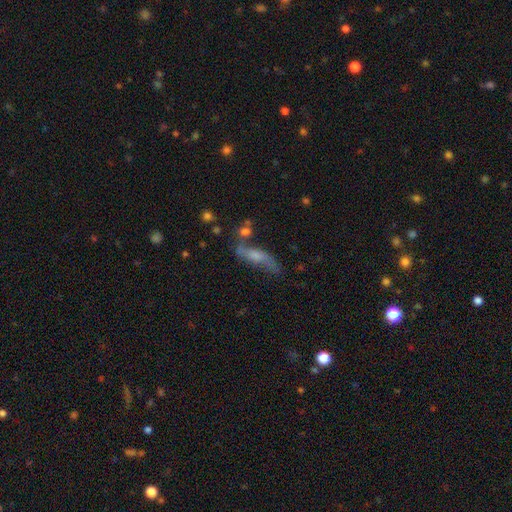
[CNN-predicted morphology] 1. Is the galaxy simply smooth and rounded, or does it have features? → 54% featured or disk, 35% smooth, 10% star or artifact.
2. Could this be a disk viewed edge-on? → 67% no, 33% yes.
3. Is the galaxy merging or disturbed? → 44% none, 23% minor disturbance, 18% major disturbance, 16% merger.